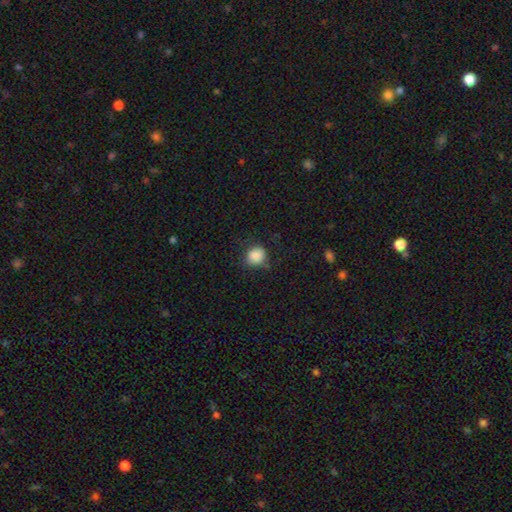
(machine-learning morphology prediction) type=smooth (86%); roundness=round (81%); merging=none (69%).